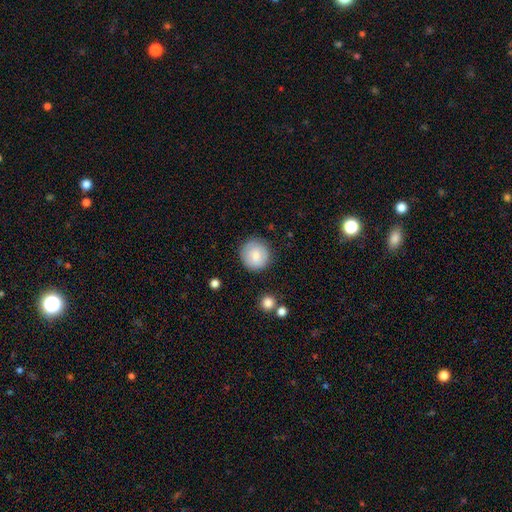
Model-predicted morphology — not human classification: This appears to be a smooth galaxy with no disk features (81%) that is round (92%). Merging: none (85%).